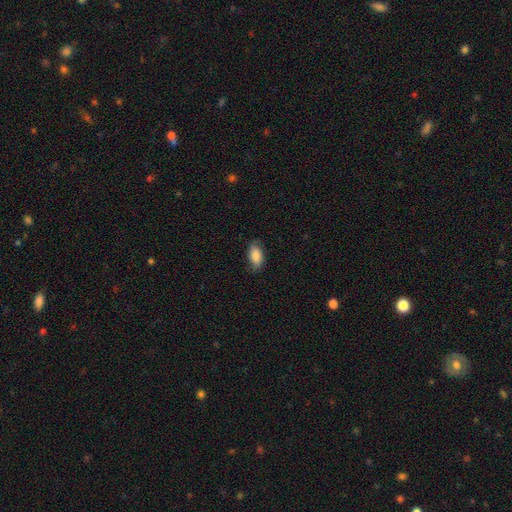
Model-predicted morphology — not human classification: A smooth galaxy with no disk features (85%) that is in between round and cigar-shaped (92%). Merging: none (77%).